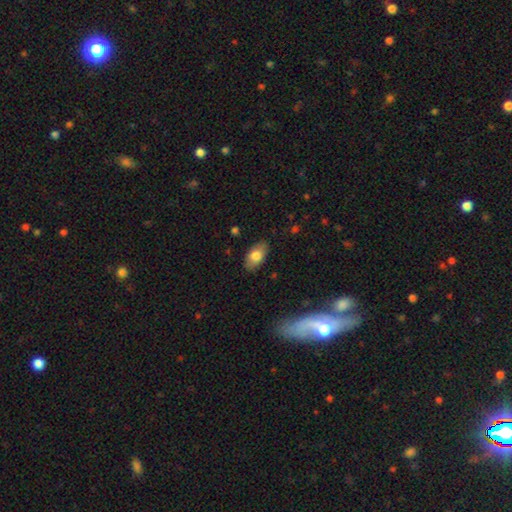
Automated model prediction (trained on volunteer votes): Smooth or featured?
  - smooth: 78% *
  - featured or disk: 15%
  - star or artifact: 7%
How rounded?
  - in between: 93% *
  - round: 5%
  - cigar-shaped: 2%
Merging?
  - none: 85% *
  - minor disturbance: 12%
  - major disturbance: 3%
  - merger: 1%